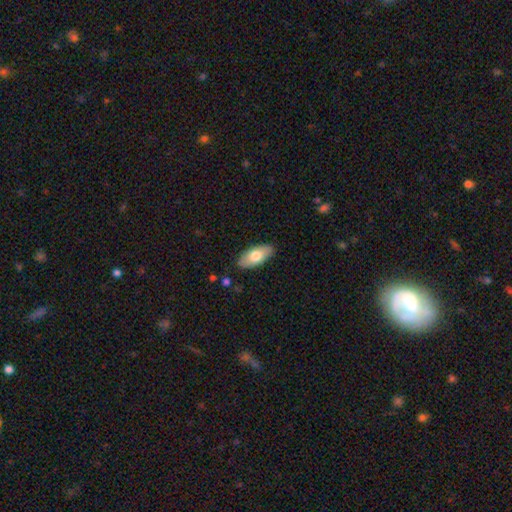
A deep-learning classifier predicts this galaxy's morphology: Smooth or featured: smooth — 71% (featured or disk — 23%)
How rounded: in between — 90% (cigar-shaped — 8%)
Merging: none — 87% (minor disturbance — 10%)